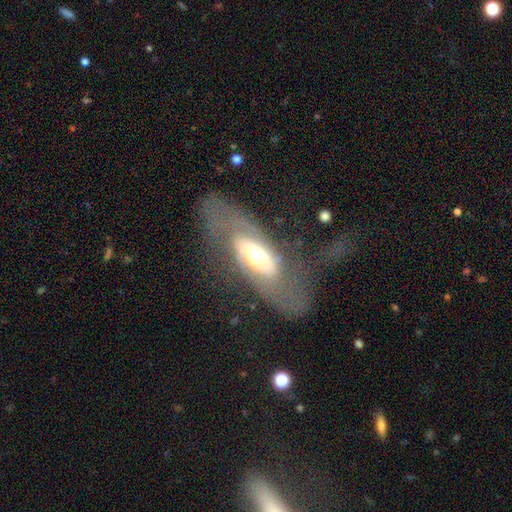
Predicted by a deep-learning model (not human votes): Smooth or featured: featured or disk — 75% (smooth — 18%)
Edge-on disk: no — 87% (yes — 13%)
Bar: no — 55% (weak — 30%)
Spiral arms: yes — 80% (no — 20%)
Spiral winding: medium — 40% (loose — 36%)
Spiral arm count: 2 — 78% (can't tell — 12%)
Bulge size: moderate — 64% (large — 21%)
Merging: none — 54% (major disturbance — 27%)